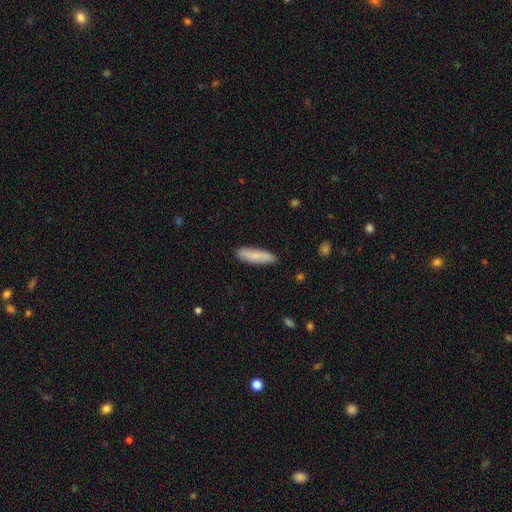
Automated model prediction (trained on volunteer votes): A smooth galaxy with no disk features (78%) that is cigar-shaped (73%).

Vote fractions:
- Smooth or featured? smooth: 78% / featured or disk: 16% / star or artifact: 6%
- How rounded? cigar-shaped: 73% / in between: 26% / round: 2%
- Merging? none: 87% / minor disturbance: 10% / major disturbance: 2% / merger: 1%